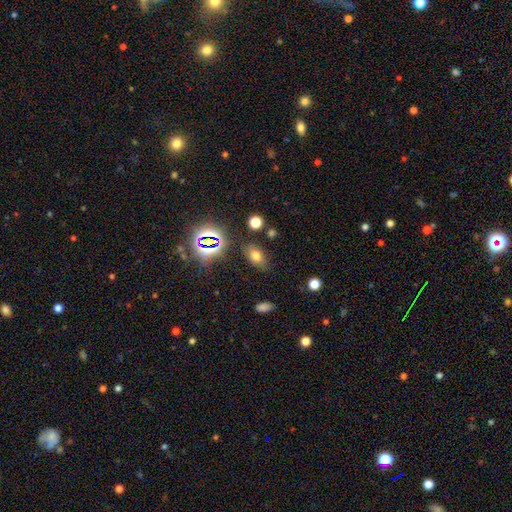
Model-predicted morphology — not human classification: This appears to be a smooth galaxy with no disk features (66%) that is in between round and cigar-shaped (85%). Merging: none (80%).